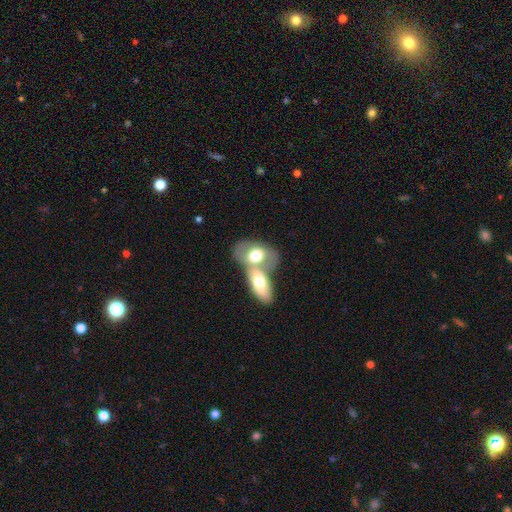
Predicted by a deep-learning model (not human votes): Overall: smooth (59%; featured or disk 36%). How rounded: in between (87%). Merging: merger (66%).